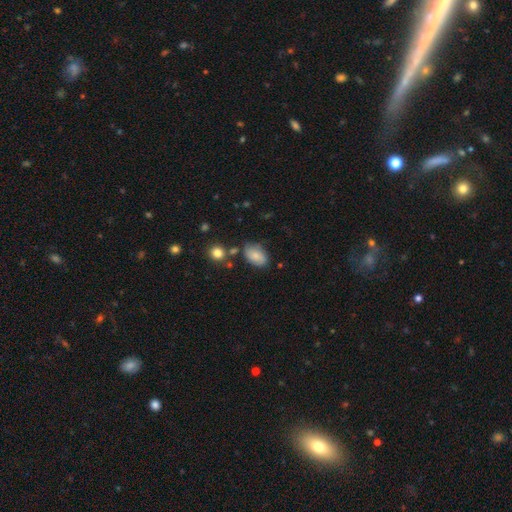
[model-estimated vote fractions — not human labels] Smooth or featured? Predicted: smooth (p=0.77). How rounded? Predicted: in between (p=0.90). Merging? Predicted: none (p=0.68).